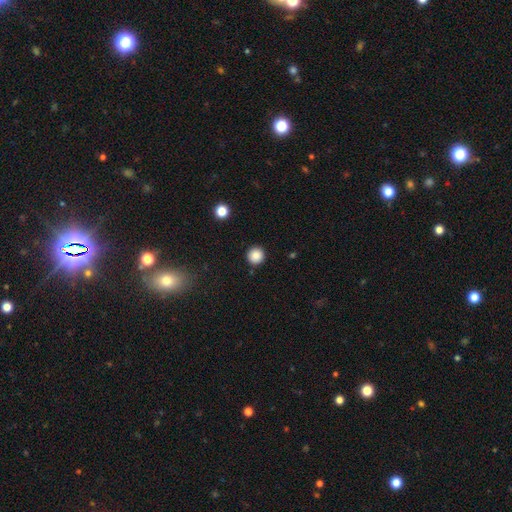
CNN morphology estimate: type=smooth (86%); roundness=round (96%); merging=none (92%).